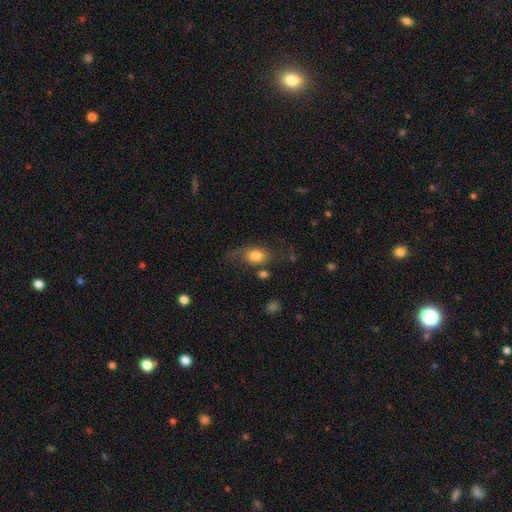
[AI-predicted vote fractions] Smooth or featured? smooth (69%)
How rounded? in between (73%)
Merging? none (51%)